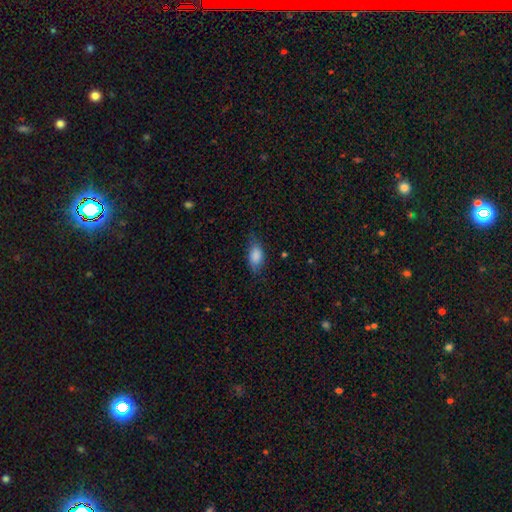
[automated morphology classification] Smooth or featured? Predicted: smooth (p=0.84). How rounded? Predicted: in between (p=0.89). Merging? Predicted: none (p=0.65).